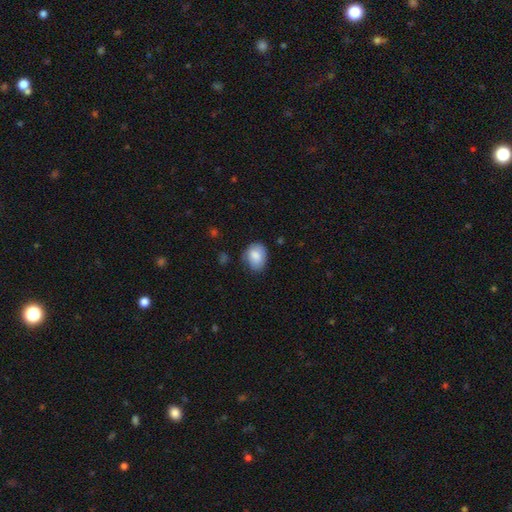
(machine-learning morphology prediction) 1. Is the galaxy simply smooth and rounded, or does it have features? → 83% smooth, 10% featured or disk, 7% star or artifact.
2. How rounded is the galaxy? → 65% in between, 34% round, 1% cigar-shaped.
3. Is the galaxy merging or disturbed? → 67% none, 26% minor disturbance, 5% major disturbance, 2% merger.